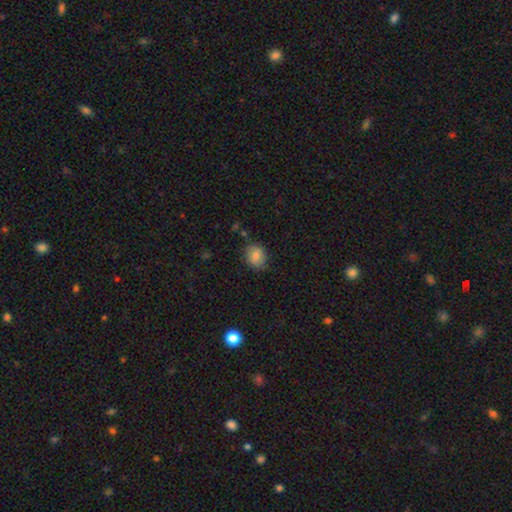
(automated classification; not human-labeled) Smooth or featured: smooth — 77% (featured or disk — 14%)
How rounded: round — 51% (in between — 48%)
Merging: none — 80% (minor disturbance — 15%)